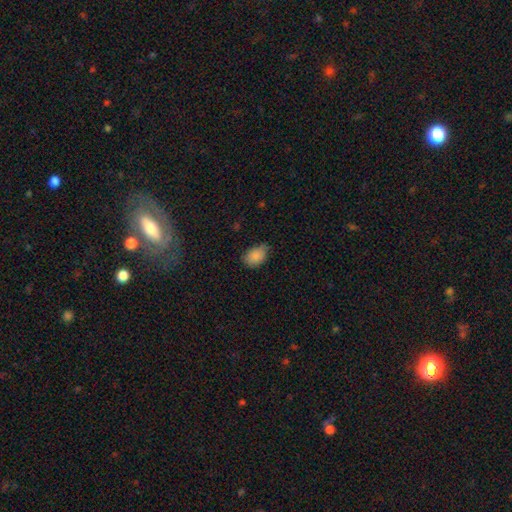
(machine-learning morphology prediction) smooth 86%, star or artifact 8%, featured or disk 6%. Down the decision tree: how rounded — in between (81%); merging — none (57%).